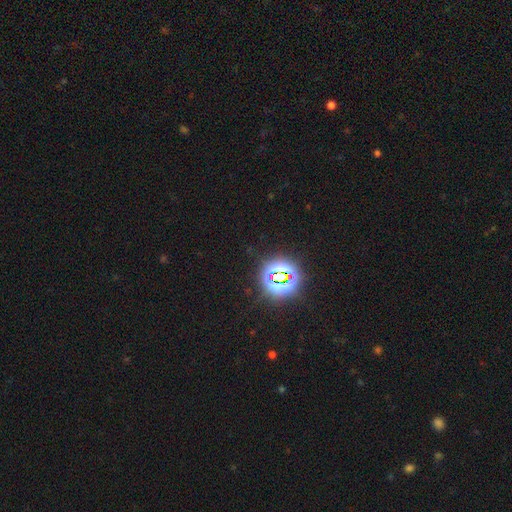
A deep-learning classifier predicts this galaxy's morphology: star or artifact 79%, smooth 14%, featured or disk 7%.